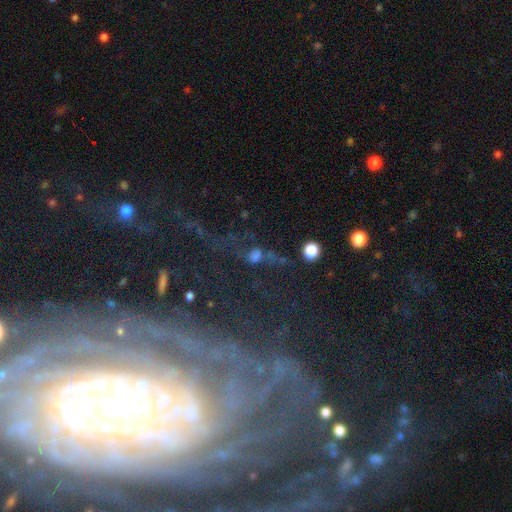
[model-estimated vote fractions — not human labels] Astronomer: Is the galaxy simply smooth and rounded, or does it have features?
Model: featured or disk — 61%.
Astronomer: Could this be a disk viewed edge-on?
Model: no — 86%.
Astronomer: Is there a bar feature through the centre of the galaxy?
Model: no — 44% (runner-up: weak, 30%).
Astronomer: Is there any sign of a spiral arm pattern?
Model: yes — 84%.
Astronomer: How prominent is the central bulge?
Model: small — 55%.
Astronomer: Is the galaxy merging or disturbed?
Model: none — 64%.